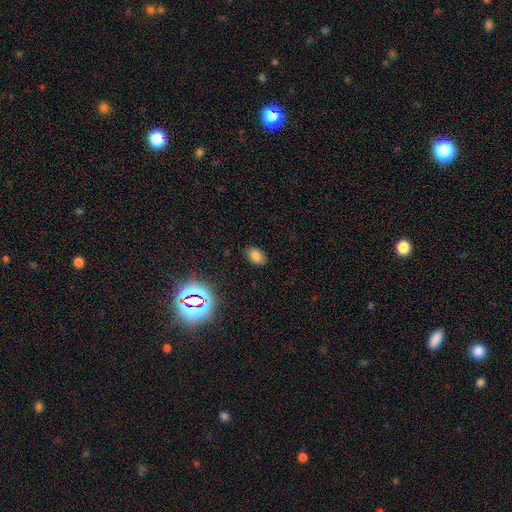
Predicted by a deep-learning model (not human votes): smooth 78%, star or artifact 15%, featured or disk 6%. Down the decision tree: how rounded — in between (85%); merging — none (85%).